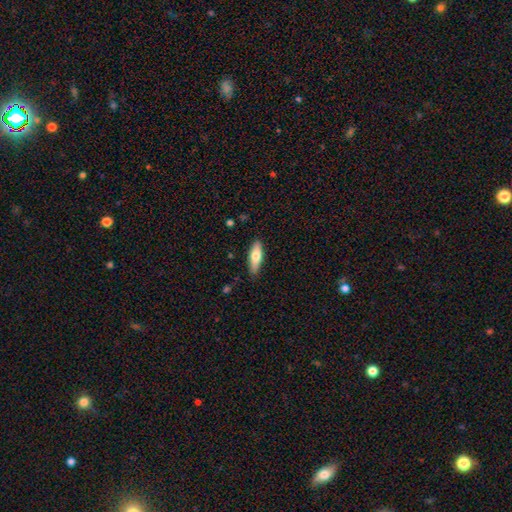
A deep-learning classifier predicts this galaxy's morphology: The model was most divided on "how rounded": in between: 55%, cigar-shaped: 43%, round: 2%. More confident: merging — none (86%); smooth or featured — smooth (68%).